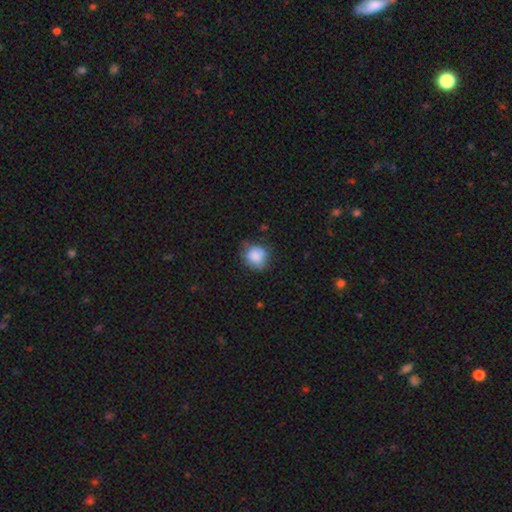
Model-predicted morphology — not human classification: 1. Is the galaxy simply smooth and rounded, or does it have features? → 80% smooth, 11% featured or disk, 9% star or artifact.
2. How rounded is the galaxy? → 81% round, 18% in between, 1% cigar-shaped.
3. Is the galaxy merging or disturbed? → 63% none, 27% minor disturbance, 8% major disturbance, 2% merger.